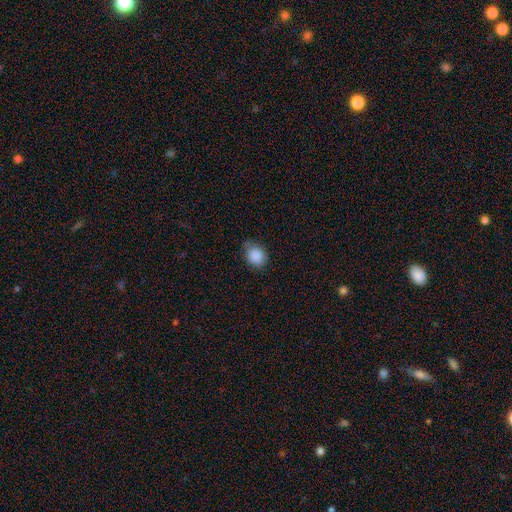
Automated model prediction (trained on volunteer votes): This appears to be a smooth galaxy with no disk features (88%) that is round (58%). Merging: none (74%).